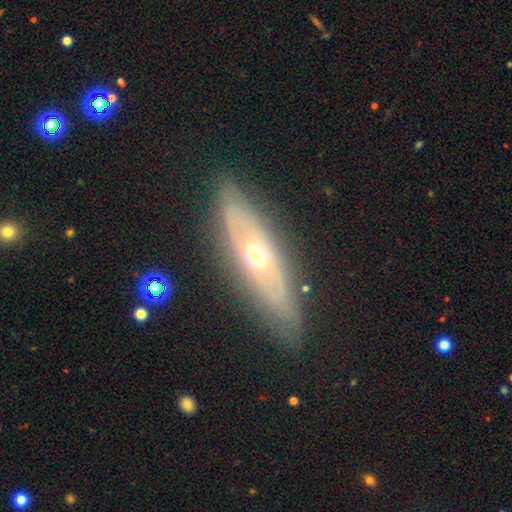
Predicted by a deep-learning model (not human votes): smooth-or-featured: featured or disk: 69% | smooth: 25% | star or artifact: 7%
  disk-edge-on: no: 59% | yes: 41%
  merging: none: 81% | minor disturbance: 14% | major disturbance: 4% | merger: 1%